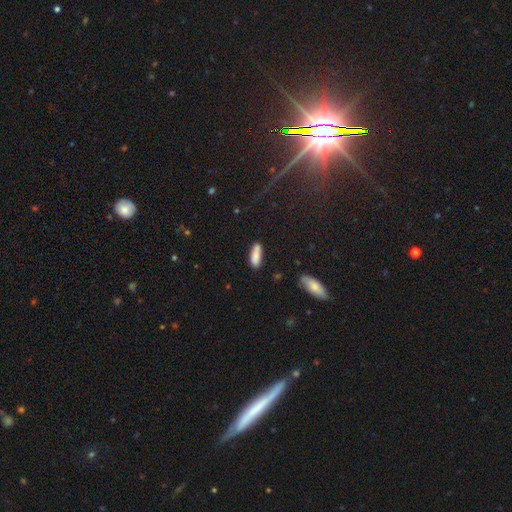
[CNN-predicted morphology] Smooth or featured? Predicted: smooth (p=0.80). How rounded? Predicted: in between (p=0.60). Merging? Predicted: none (p=0.56).